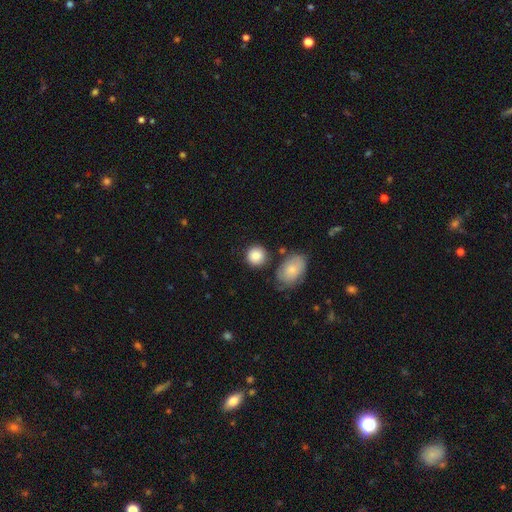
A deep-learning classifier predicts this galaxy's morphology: This is clearly a smooth galaxy (86%). How rounded: clearly round (87%). Merging: likely none (77%).